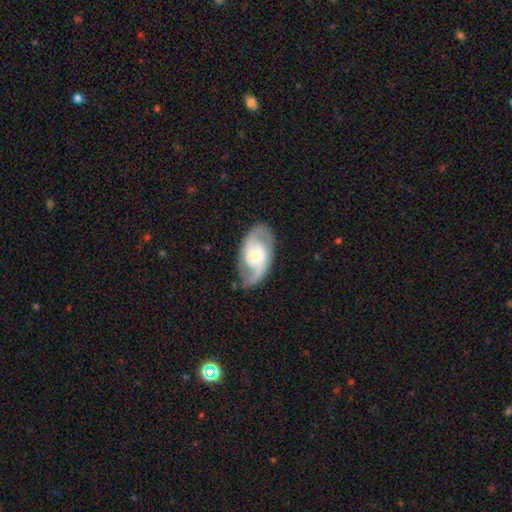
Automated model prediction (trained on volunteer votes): A featured or disk galaxy (85%) with a weak bar (47%), 2 (90%) medium (53%) spiral arms (95%) and a small central bulge (47%).

Vote fractions:
- Smooth or featured? featured or disk: 85% / smooth: 11% / star or artifact: 5%
- Edge-on disk? no: 96% / yes: 4%
- Bar? weak: 47% / no: 34% / strong: 19%
- Spiral arms? yes: 95% / no: 5%
- Spiral winding? medium: 53% / loose: 25% / tight: 22%
- Spiral arm count? 2: 90% / can't tell: 4% / 1: 2% / 3: 2% / 4: 1% / more than 4: 1%
- Bulge size? small: 47% / moderate: 40% / large: 7% / none: 4% / dominant: 2%
- Merging? none: 79% / minor disturbance: 13% / major disturbance: 6% / merger: 1%